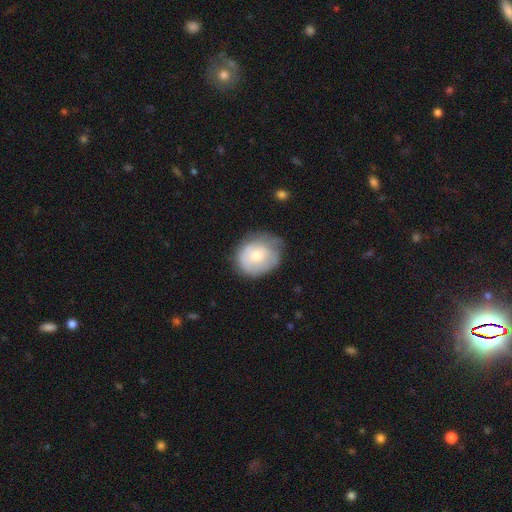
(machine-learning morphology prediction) smooth-or-featured: smooth: 58% | featured or disk: 36% | star or artifact: 6%
  how-rounded: round: 66% | in between: 33% | cigar-shaped: 1%
  merging: none: 49% | minor disturbance: 35% | major disturbance: 14% | merger: 2%